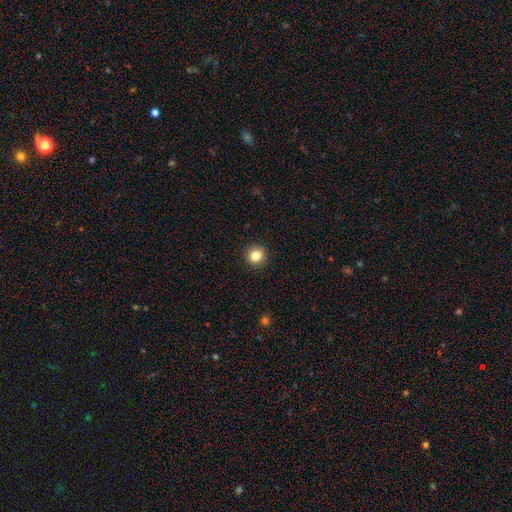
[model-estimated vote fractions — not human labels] Smooth or featured? smooth (84%)
How rounded? round (92%)
Merging? none (92%)